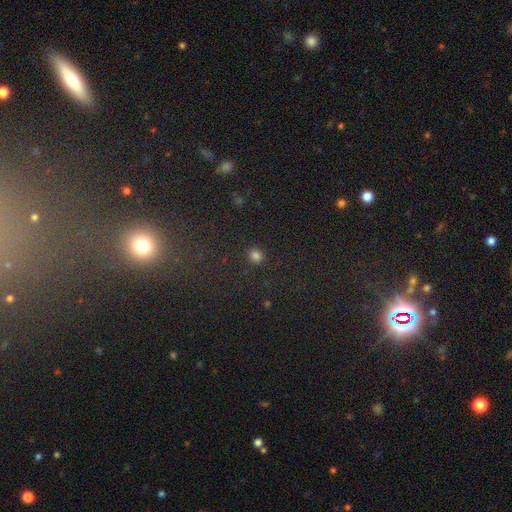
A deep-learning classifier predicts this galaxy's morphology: smooth-or-featured: smooth: 81% | star or artifact: 15% | featured or disk: 4%
  how-rounded: round: 85% | in between: 14% | cigar-shaped: 1%
  merging: none: 90% | minor disturbance: 6% | major disturbance: 3% | merger: 1%